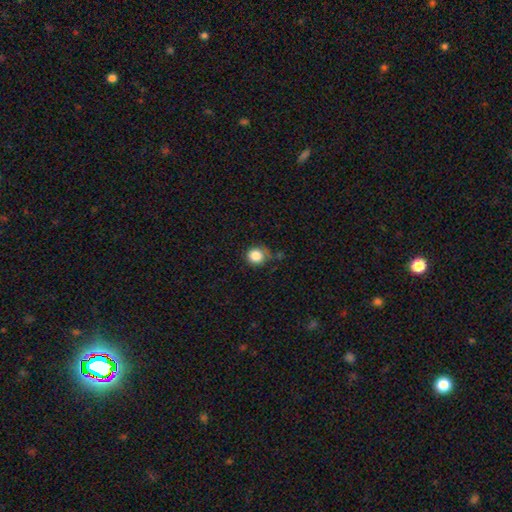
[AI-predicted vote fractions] Morphology: type=smooth (85%); roundness=round (88%); merging=none (66%).